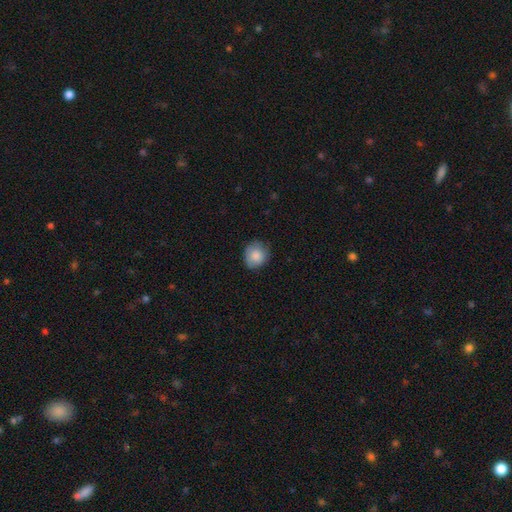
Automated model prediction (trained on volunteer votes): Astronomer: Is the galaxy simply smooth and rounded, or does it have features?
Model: smooth — 83%.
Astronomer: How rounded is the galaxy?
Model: round — 81%.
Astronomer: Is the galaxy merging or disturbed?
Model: none — 74%.